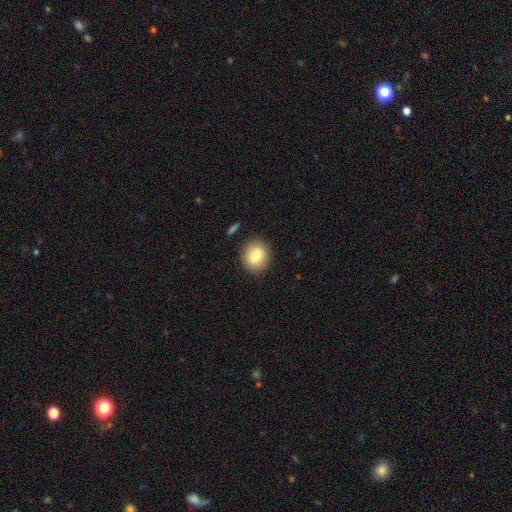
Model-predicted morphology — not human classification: A smooth galaxy with no disk features (80%) that is round (76%).

Vote fractions:
- Smooth or featured? smooth: 80% / featured or disk: 11% / star or artifact: 9%
- How rounded? round: 76% / in between: 23% / cigar-shaped: 1%
- Merging? none: 88% / minor disturbance: 8% / major disturbance: 2% / merger: 2%